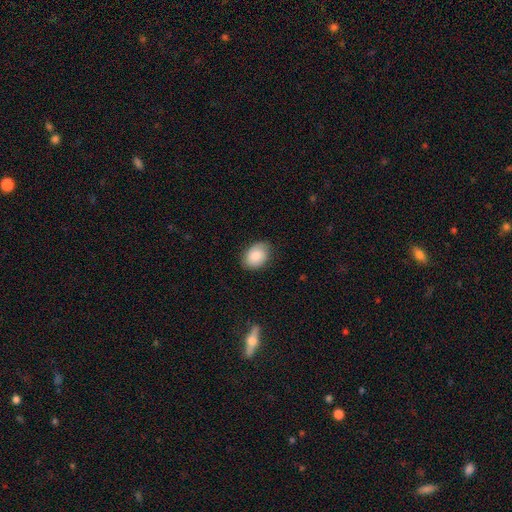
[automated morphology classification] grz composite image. It shows a smooth galaxy with no disk features (83%) that is in between round and cigar-shaped (75%). Merging: none (79%).